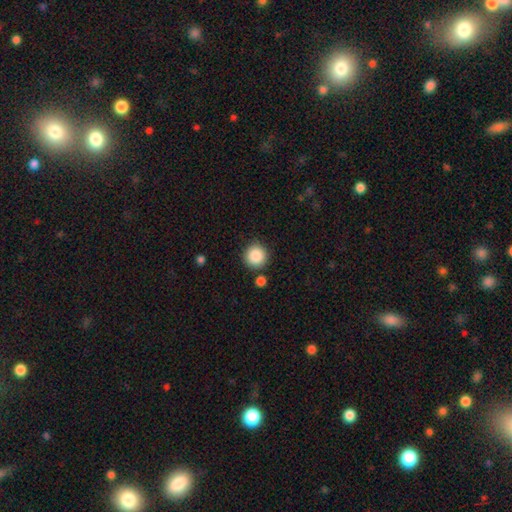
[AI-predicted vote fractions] A smooth galaxy with no disk features (88%) that is round (95%). Merging: none (85%).